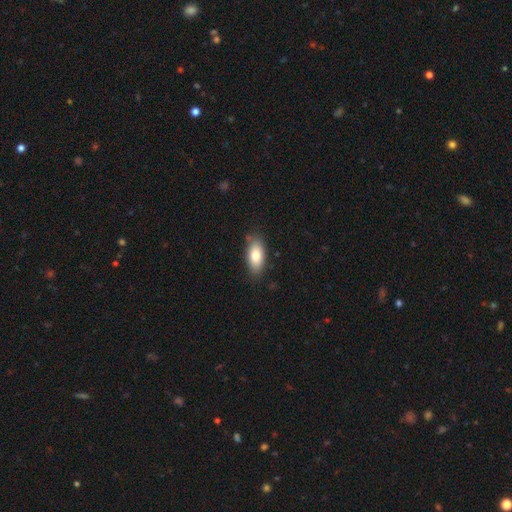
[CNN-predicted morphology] A smooth galaxy with no disk features (78%) that is in between round and cigar-shaped (89%). Merging: none (82%).